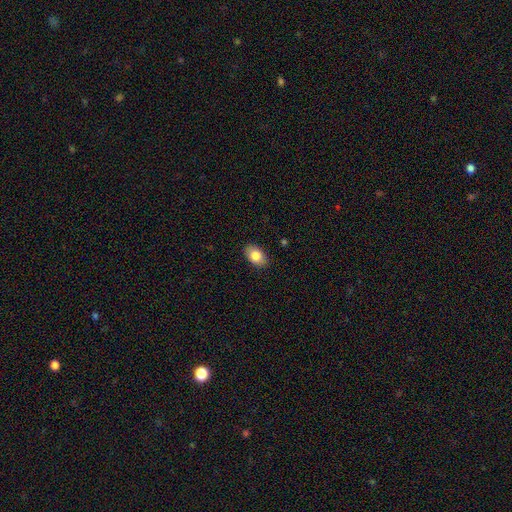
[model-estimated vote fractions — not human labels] Morphology: type=smooth (83%); roundness=in between (89%); merging=none (88%).